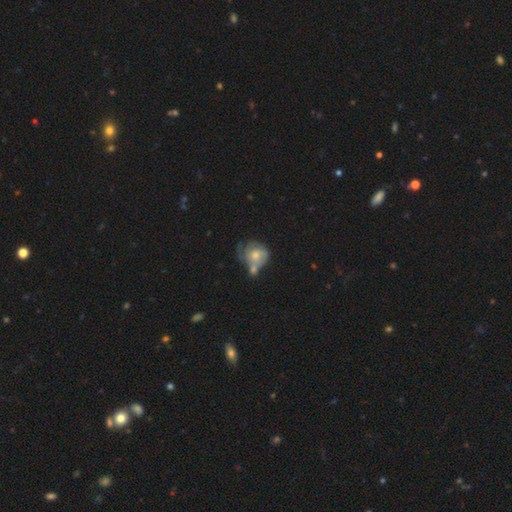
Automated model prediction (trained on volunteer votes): Overall: smooth (50%; featured or disk 42%). How rounded: round (69%; in between 30%). Merging: merger (34%; none 27%).